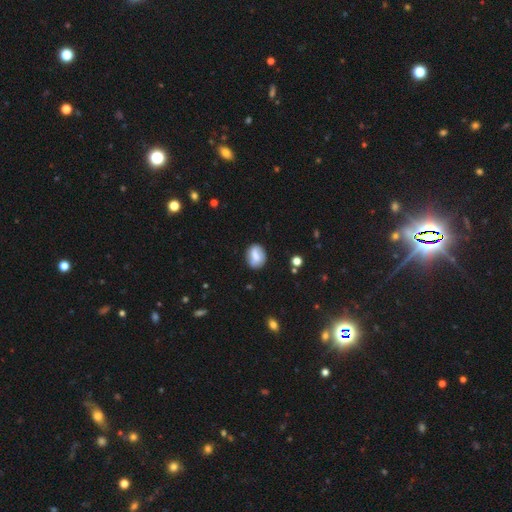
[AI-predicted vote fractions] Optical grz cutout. It shows a smooth galaxy with no disk features (58%) that is in between round and cigar-shaped (58%). Merging: none (74%).